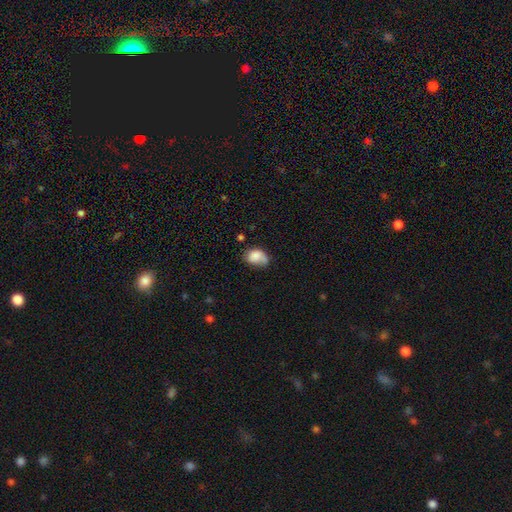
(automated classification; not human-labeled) A smooth galaxy with no disk features (76%) that is in between round and cigar-shaped (69%).

Vote fractions:
- Smooth or featured? smooth: 76% / featured or disk: 16% / star or artifact: 8%
- How rounded? in between: 69% / round: 29% / cigar-shaped: 1%
- Merging? none: 41% / minor disturbance: 34% / major disturbance: 15% / merger: 9%